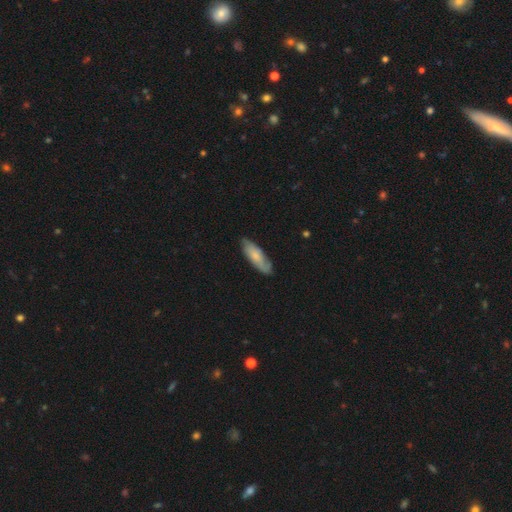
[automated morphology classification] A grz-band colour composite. It shows a smooth galaxy with no disk features (58%) that is in between round and cigar-shaped (60%). Merging: none (77%).